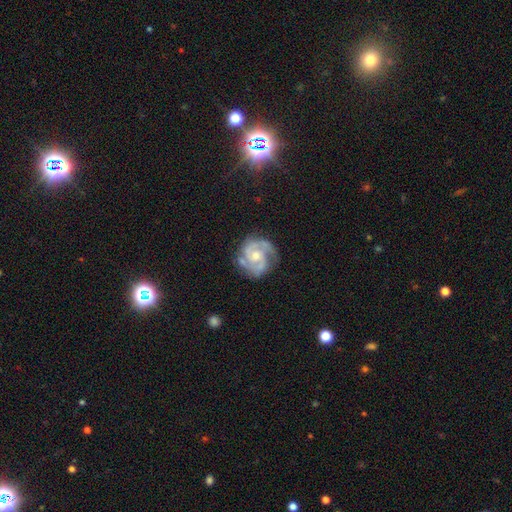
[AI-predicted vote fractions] The model was most divided on "spiral winding": tight: 48%, medium: 45%, loose: 8%. More confident: edge-on disk — no (98%); spiral arms — yes (97%); smooth or featured — featured or disk (88%); merging — none (71%); spiral arm count — 2 (68%); bar — no (63%); bulge size — moderate (53%).